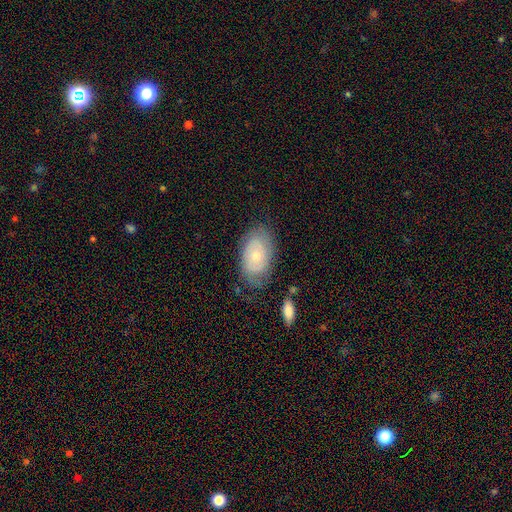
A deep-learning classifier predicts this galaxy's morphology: smooth_or_featured: featured or disk (p=0.61) [alt: smooth p=0.31]
disk_edge_on: no (p=0.94) [alt: yes p=0.06]
bar: no (p=0.77) [alt: weak p=0.20]
has_spiral_arms: yes (p=0.78) [alt: no p=0.22]
bulge_size: small (p=0.54) [alt: moderate p=0.42]
merging: none (p=0.72) [alt: minor disturbance p=0.19]